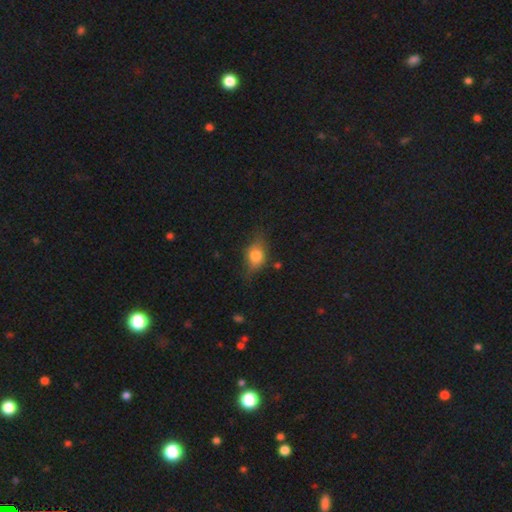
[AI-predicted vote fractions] Morphology: type=smooth (76%); roundness=in between (74%); merging=none (66%).